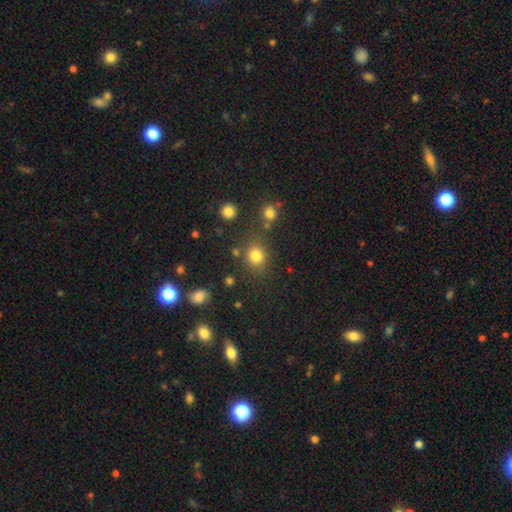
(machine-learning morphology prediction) The model was most divided on "how rounded": round: 80%, in between: 19%, cigar-shaped: 1%. More confident: smooth or featured — smooth (80%); merging — none (75%).